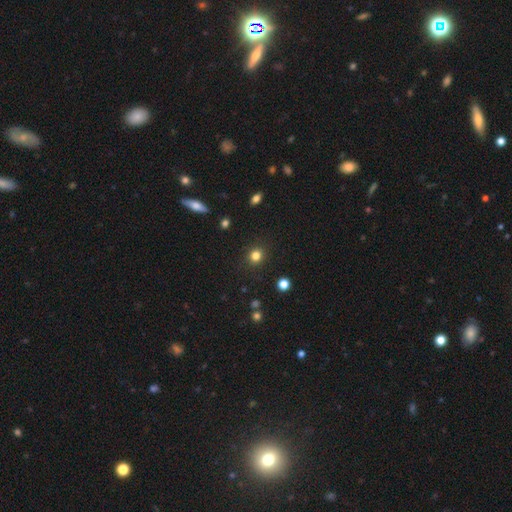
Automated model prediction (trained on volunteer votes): Overall: smooth (82%). How rounded: round (87%). Merging: none (89%).